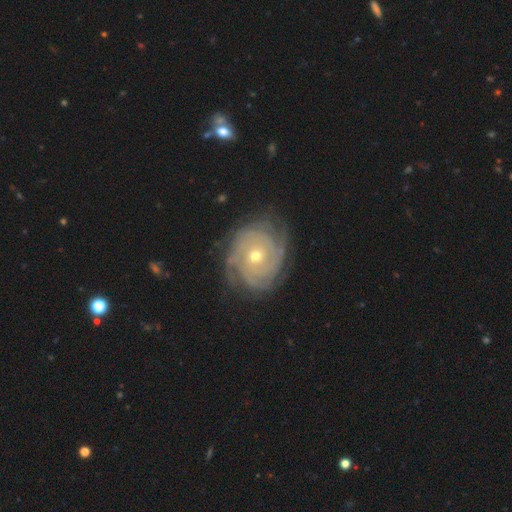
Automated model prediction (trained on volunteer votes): This is clearly a featured or disk galaxy (88%). It is clearly not viewed edge-on (97%). Bar: likely no (80%). Spiral arm pattern: clearly yes (96%). Spiral arm count: marginally can't tell (29%). Spiral winding: clearly tight (80%). Central bulge: possibly small (55%). Merging: likely none (75%).